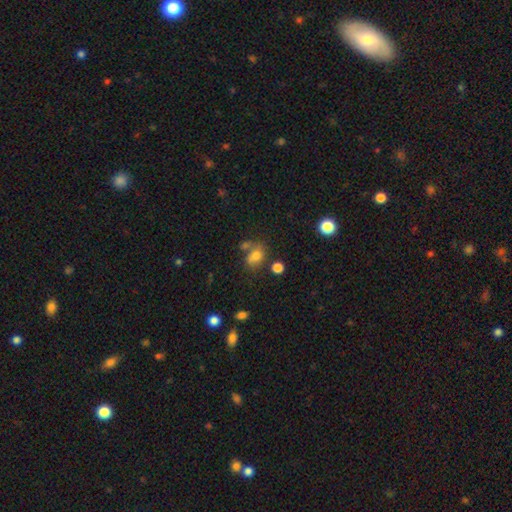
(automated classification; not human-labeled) smooth_or_featured: smooth (p=0.73) [alt: star or artifact p=0.14]
how_rounded: in between (p=0.63) [alt: round p=0.35]
merging: none (p=0.48) [alt: merger p=0.23]